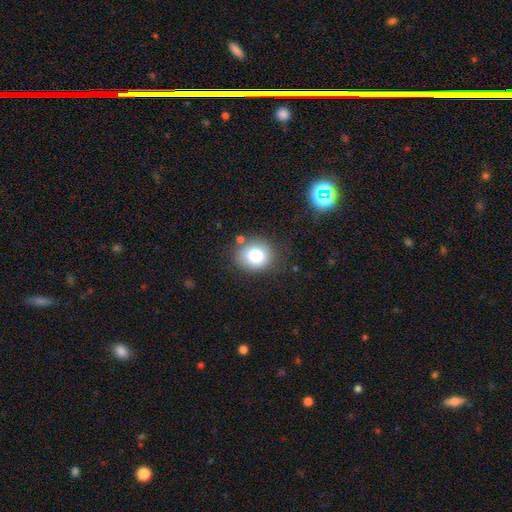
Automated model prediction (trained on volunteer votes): Overall: smooth (78%). How rounded: round (71%). Merging: none (79%).